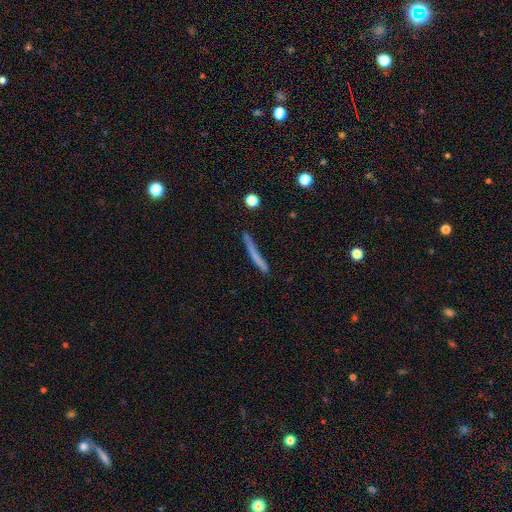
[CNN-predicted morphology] The model was most divided on "smooth or featured": smooth: 64%, featured or disk: 28%, star or artifact: 8%. More confident: how rounded — cigar-shaped (95%); merging — none (75%).